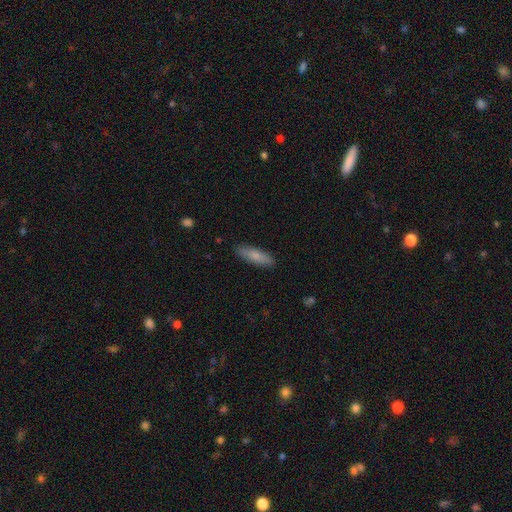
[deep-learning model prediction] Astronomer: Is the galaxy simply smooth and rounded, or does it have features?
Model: smooth — 81%.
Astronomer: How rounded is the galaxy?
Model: cigar-shaped — 61% (runner-up: in between, 37%).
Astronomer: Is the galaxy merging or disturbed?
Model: none — 88%.